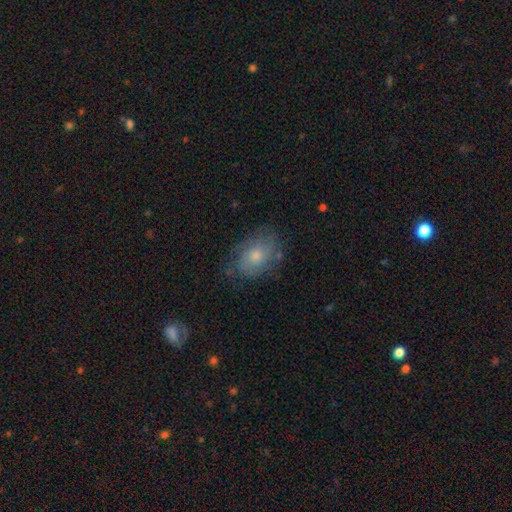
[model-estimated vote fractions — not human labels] Smooth or featured? Predicted: smooth (p=0.50). Merging? Predicted: none (p=0.66).